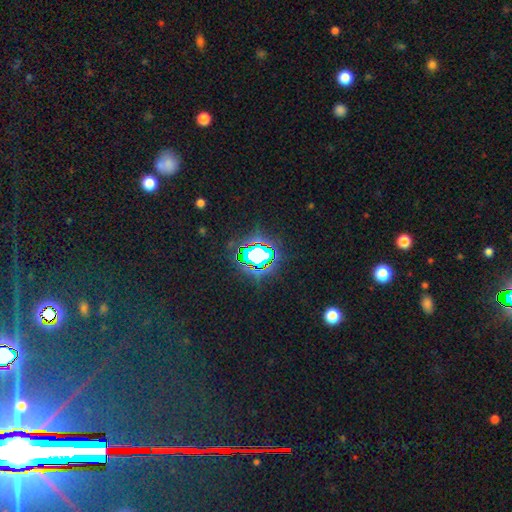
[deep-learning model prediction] smooth-or-featured: star or artifact: 81% | smooth: 12% | featured or disk: 8%